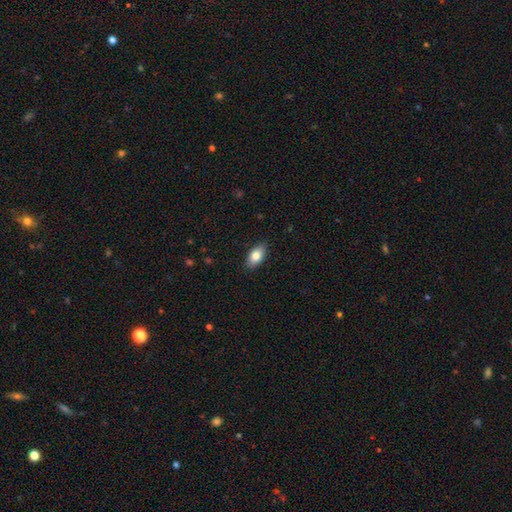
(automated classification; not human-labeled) The model was most divided on "smooth or featured": smooth: 81%, featured or disk: 12%, star or artifact: 7%. More confident: how rounded — in between (91%); merging — none (86%).